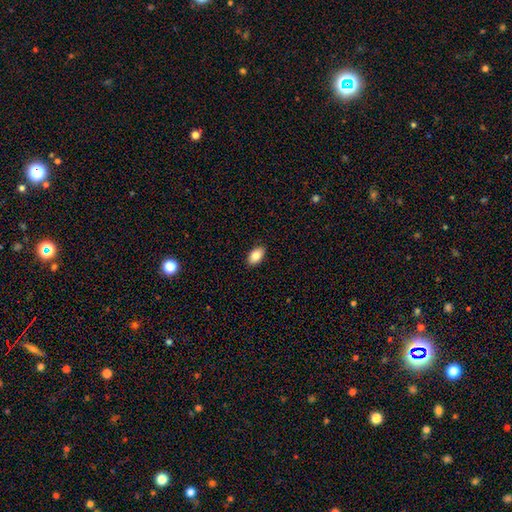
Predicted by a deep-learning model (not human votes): smooth 84%, featured or disk 9%, star or artifact 7%. Down the decision tree: how rounded — in between (92%); merging — none (89%).